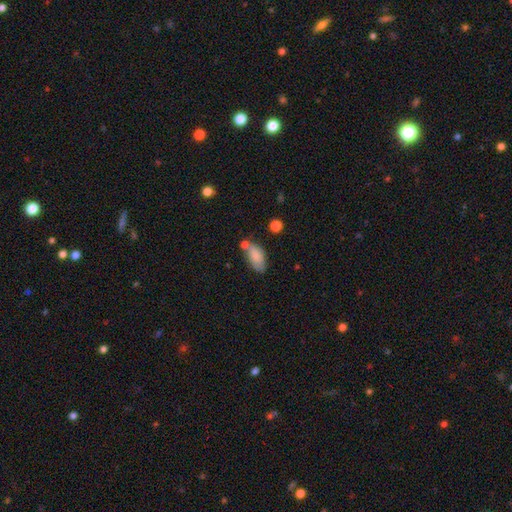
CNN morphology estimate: type=smooth (78%); roundness=in between (91%); merging=none (47%).